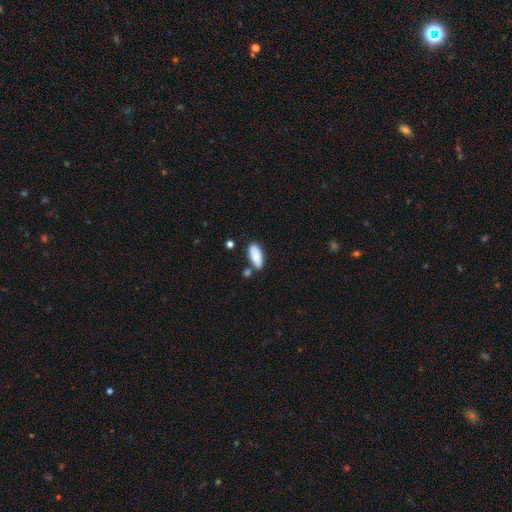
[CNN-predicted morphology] Smooth or featured? smooth (87%)
How rounded? in between (86%)
Merging? none (67%)